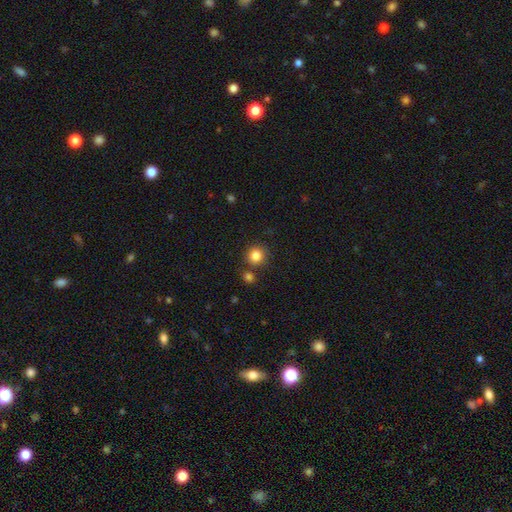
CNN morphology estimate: Smooth or featured: smooth — 84% (star or artifact — 11%)
How rounded: round — 92% (in between — 7%)
Merging: none — 80% (merger — 10%)